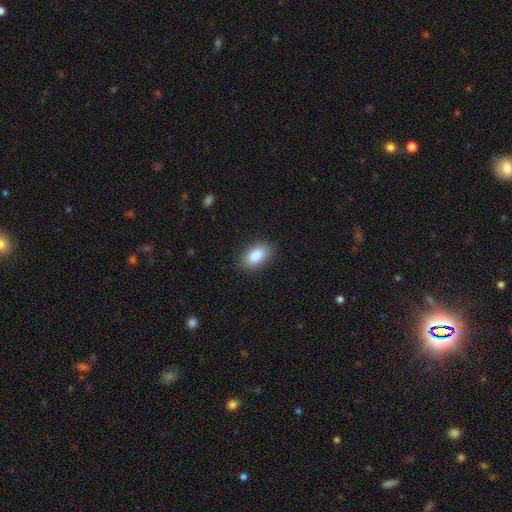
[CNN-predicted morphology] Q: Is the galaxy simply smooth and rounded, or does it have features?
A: smooth — 87%.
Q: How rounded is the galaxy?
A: in between — 91%.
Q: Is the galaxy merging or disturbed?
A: none — 87%.